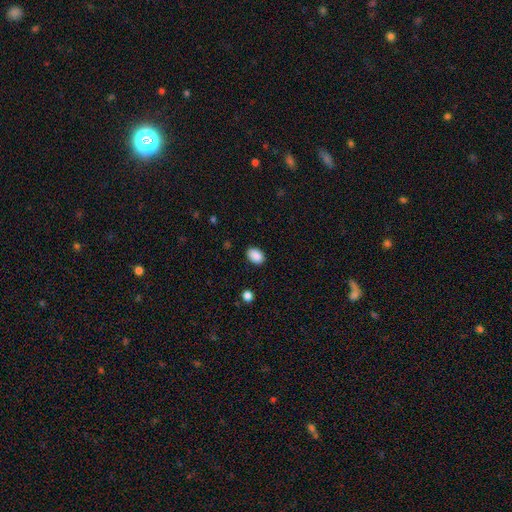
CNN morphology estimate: A smooth galaxy with no disk features (89%) that is in between round and cigar-shaped (84%). Merging: none (87%).